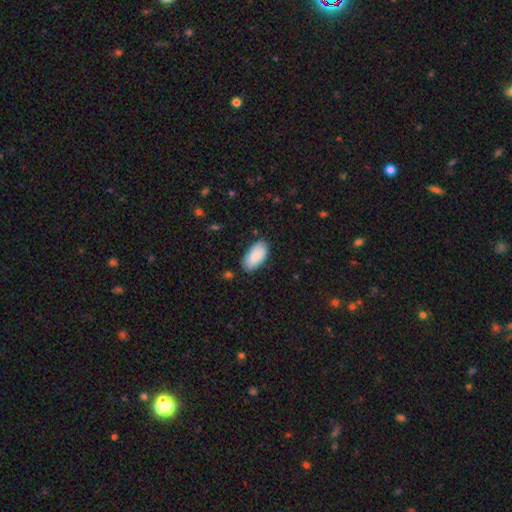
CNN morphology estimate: Smooth or featured? Predicted: smooth (p=0.89). How rounded? Predicted: in between (p=0.95). Merging? Predicted: none (p=0.82).